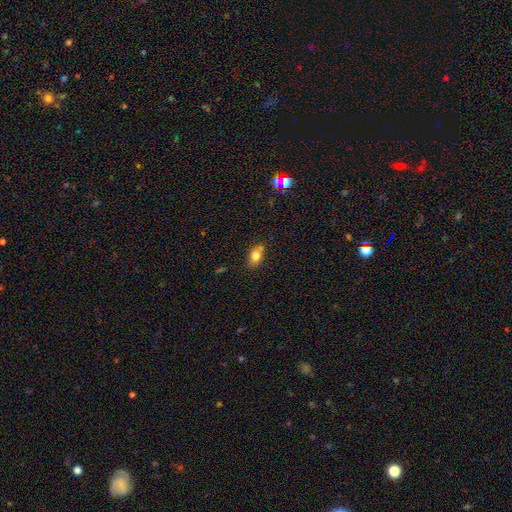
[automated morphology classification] Smooth or featured: smooth — 78% (star or artifact — 11%)
How rounded: in between — 75% (round — 22%)
Merging: none — 70% (minor disturbance — 19%)